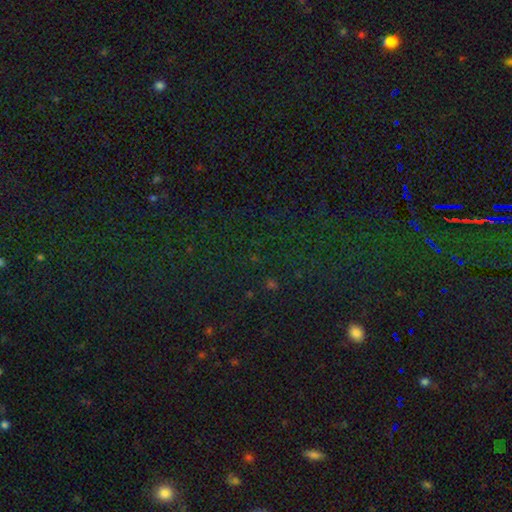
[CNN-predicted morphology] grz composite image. It shows a star or artifact, not a galaxy (79%).